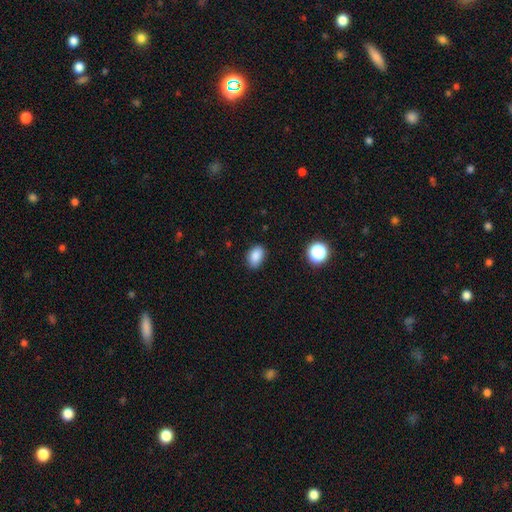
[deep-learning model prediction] smooth-or-featured: smooth: 87% | star or artifact: 9% | featured or disk: 4%
  how-rounded: in between: 82% | round: 17% | cigar-shaped: 1%
  merging: none: 84% | minor disturbance: 12% | major disturbance: 3% | merger: 1%